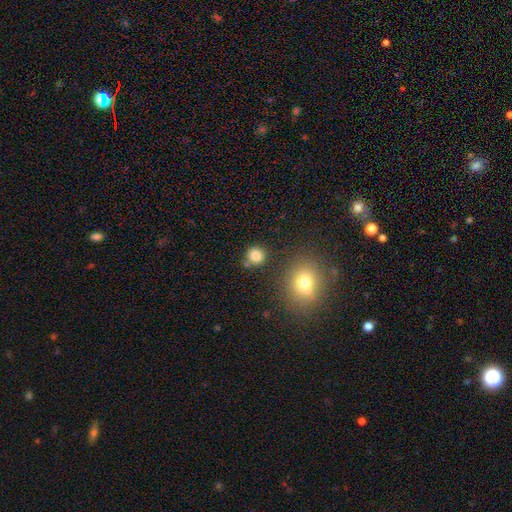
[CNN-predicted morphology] A smooth galaxy with no disk features (82%) that is round (89%).

Vote fractions:
- Smooth or featured? smooth: 82% / star or artifact: 12% / featured or disk: 6%
- How rounded? round: 89% / in between: 10% / cigar-shaped: 1%
- Merging? none: 76% / merger: 10% / minor disturbance: 10% / major disturbance: 3%